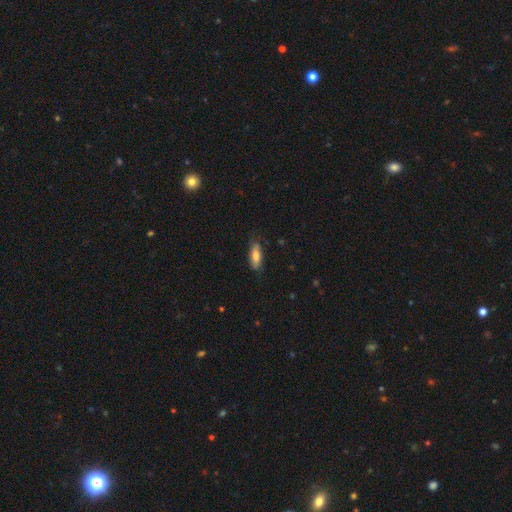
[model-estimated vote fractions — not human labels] Smooth or featured?
  - smooth: 75% *
  - featured or disk: 18%
  - star or artifact: 7%
How rounded?
  - in between: 66% *
  - cigar-shaped: 32%
  - round: 2%
Merging?
  - none: 72% *
  - minor disturbance: 22%
  - major disturbance: 5%
  - merger: 1%